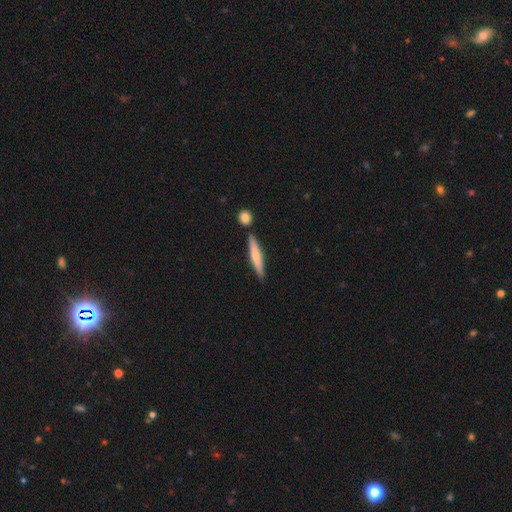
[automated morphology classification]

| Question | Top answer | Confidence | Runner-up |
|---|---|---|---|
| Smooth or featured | smooth | 63% | featured or disk (32%) |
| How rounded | cigar-shaped | 91% | in between (7%) |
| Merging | none | 82% | minor disturbance (10%) |